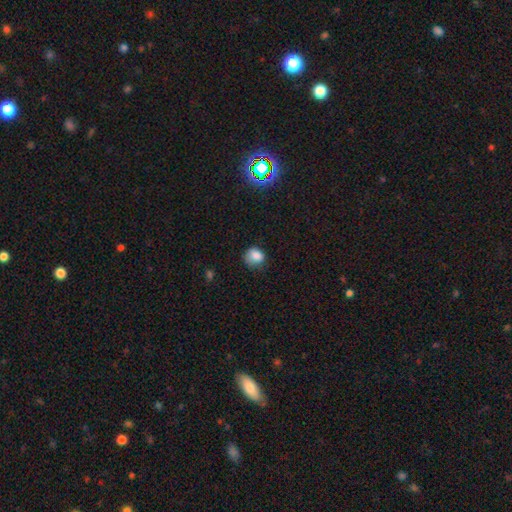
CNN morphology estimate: Smooth or featured?
  - smooth: 83% *
  - star or artifact: 10%
  - featured or disk: 7%
How rounded?
  - round: 69% *
  - in between: 30%
  - cigar-shaped: 1%
Merging?
  - none: 55% *
  - minor disturbance: 32%
  - major disturbance: 12%
  - merger: 2%